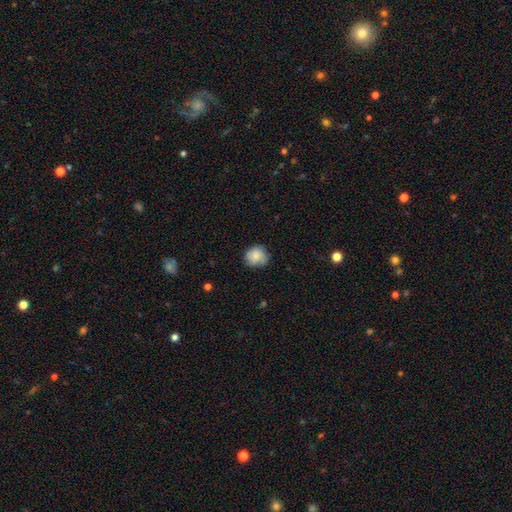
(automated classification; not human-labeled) This appears to be a smooth galaxy with no disk features (73%) that is round (83%). Merging: none (71%).